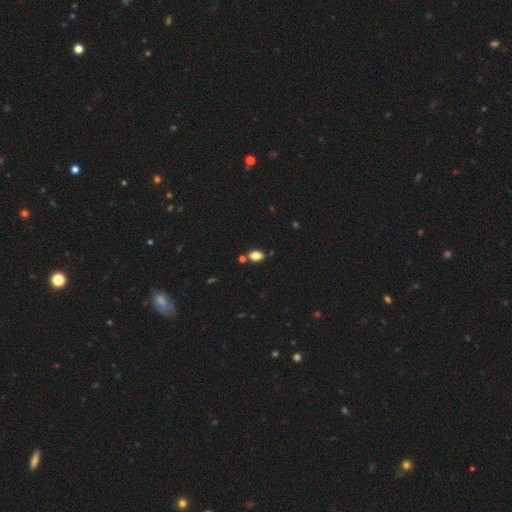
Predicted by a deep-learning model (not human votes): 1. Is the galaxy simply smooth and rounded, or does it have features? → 83% smooth, 11% star or artifact, 7% featured or disk.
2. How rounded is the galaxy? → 77% in between, 21% round, 1% cigar-shaped.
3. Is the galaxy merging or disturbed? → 77% none, 11% minor disturbance, 9% merger, 3% major disturbance.